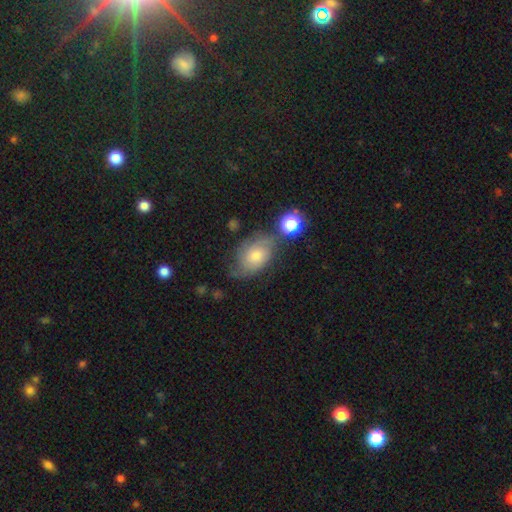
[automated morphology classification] smooth-or-featured: featured or disk: 49% | smooth: 40% | star or artifact: 12%
  merging: none: 52% | minor disturbance: 27% | major disturbance: 14% | merger: 8%